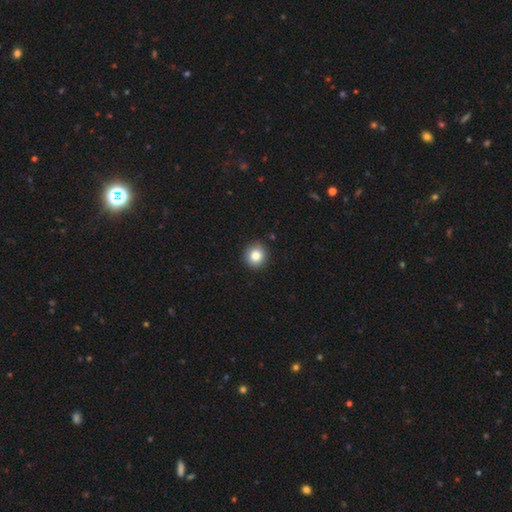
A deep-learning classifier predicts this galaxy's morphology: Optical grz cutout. It shows a smooth galaxy with no disk features (83%) that is round (91%). Merging: none (90%).